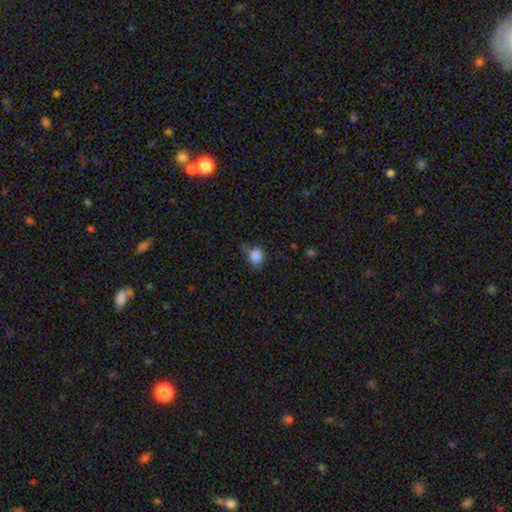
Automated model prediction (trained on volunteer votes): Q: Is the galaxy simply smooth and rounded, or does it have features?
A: smooth — 84%.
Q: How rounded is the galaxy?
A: round — 65%.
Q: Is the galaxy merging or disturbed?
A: none — 49%.